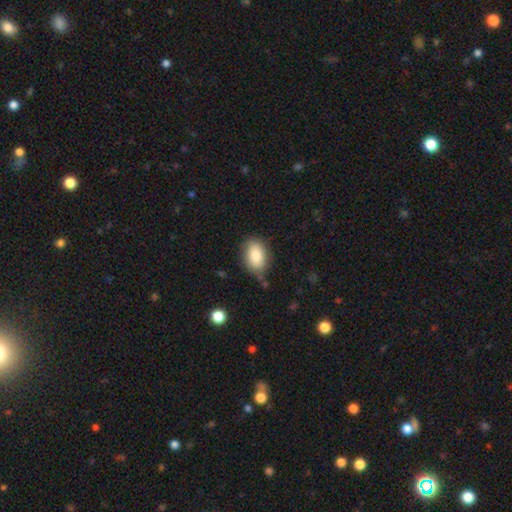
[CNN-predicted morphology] smooth_or_featured: smooth (p=0.81) [alt: featured or disk p=0.11]
how_rounded: in between (p=0.82) [alt: round p=0.17]
merging: none (p=0.78) [alt: minor disturbance p=0.16]